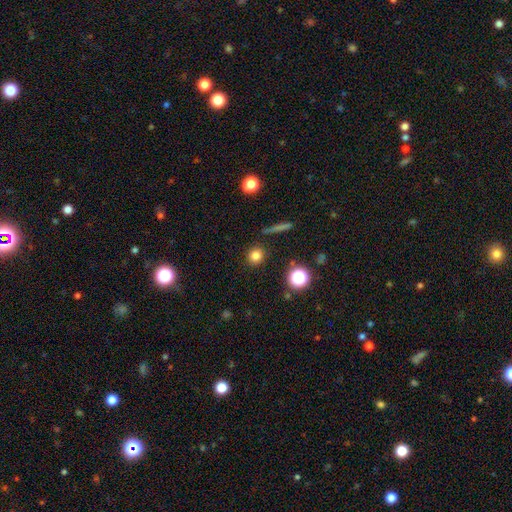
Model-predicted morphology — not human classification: Smooth or featured?
  - smooth: 80% *
  - star or artifact: 14%
  - featured or disk: 6%
How rounded?
  - round: 88% *
  - in between: 10%
  - cigar-shaped: 2%
Merging?
  - none: 89% *
  - minor disturbance: 6%
  - major disturbance: 2%
  - merger: 2%